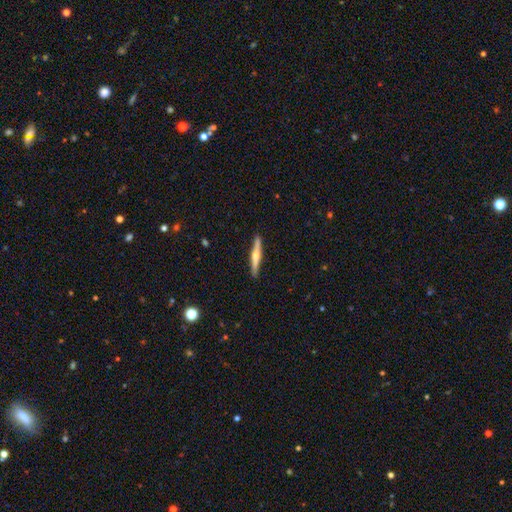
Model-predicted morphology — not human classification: Smooth or featured?
  - featured or disk: 62% *
  - smooth: 33%
  - star or artifact: 5%
Edge-on disk?
  - yes: 97% *
  - no: 3%
Edge-on bulge?
  - rounded: 88% *
  - none: 7%
  - boxy: 5%
Merging?
  - none: 91% *
  - minor disturbance: 7%
  - major disturbance: 1%
  - merger: 1%